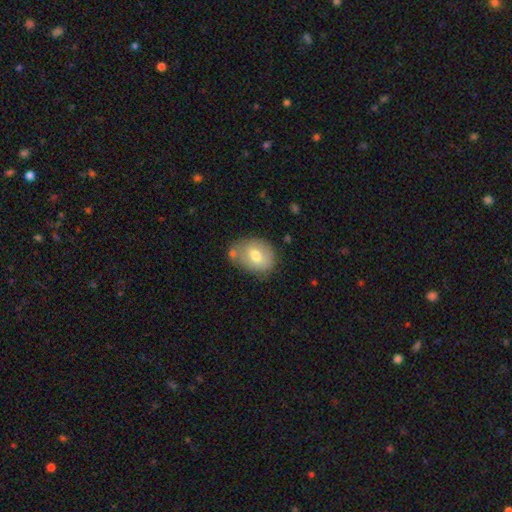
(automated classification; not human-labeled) Smooth or featured? smooth (68%)
How rounded? in between (60%)
Merging? none (56%)